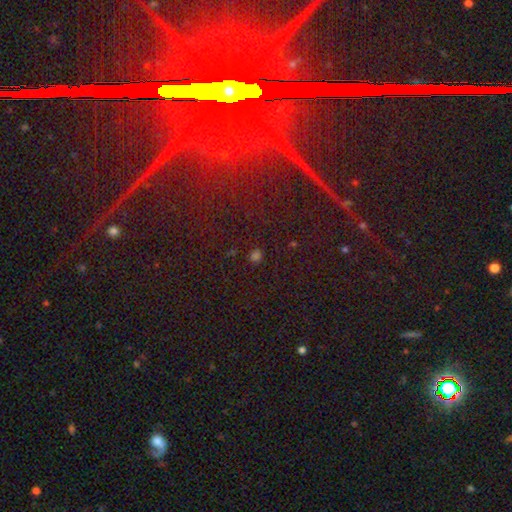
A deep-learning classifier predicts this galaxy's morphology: This is possibly a star or artifact rather than a galaxy (53%).